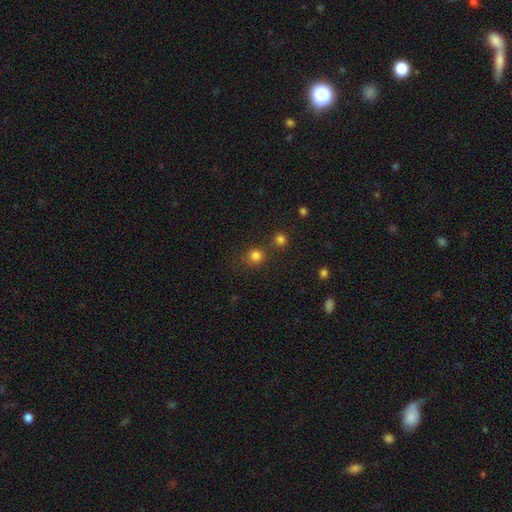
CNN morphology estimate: The model was most divided on "merging": none: 74%, merger: 13%, minor disturbance: 9%, major disturbance: 4%. More confident: how rounded — round (91%); smooth or featured — smooth (80%).